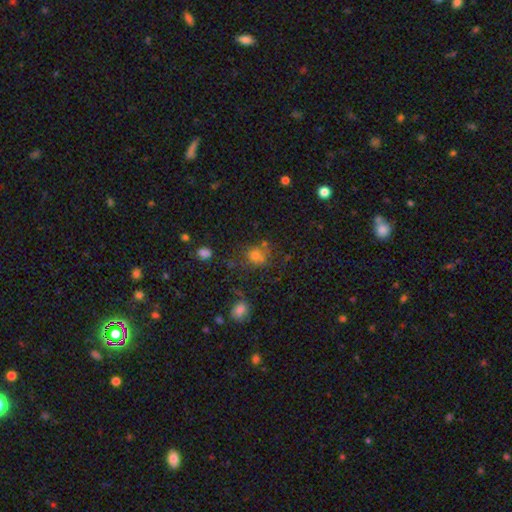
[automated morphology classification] The model was most divided on "smooth or featured": smooth: 62%, star or artifact: 25%, featured or disk: 13%. More confident: how rounded — round (75%); merging — none (58%).